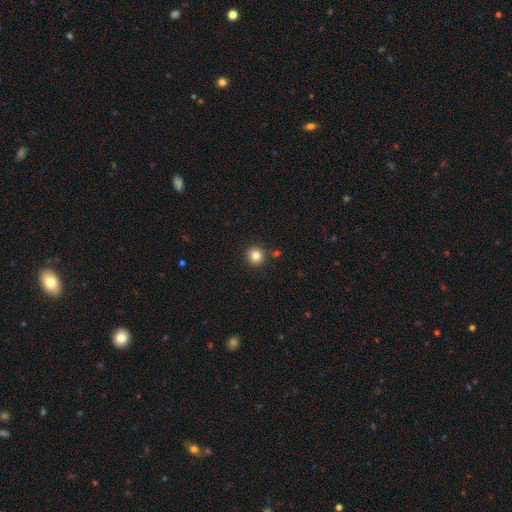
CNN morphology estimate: type=smooth (83%); roundness=round (94%); merging=none (89%).